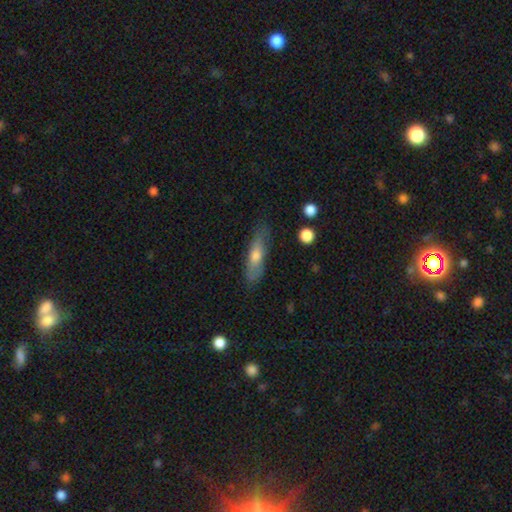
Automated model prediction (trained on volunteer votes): Smooth or featured? smooth (61%)
How rounded? cigar-shaped (66%)
Merging? none (77%)